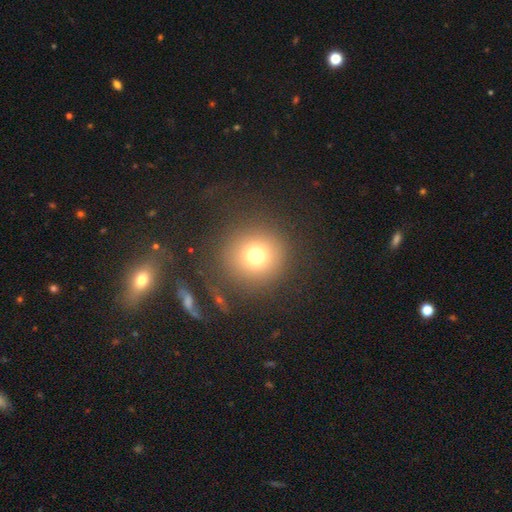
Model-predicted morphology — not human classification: smooth 73%, star or artifact 16%, featured or disk 11%. Down the decision tree: how rounded — round (95%); merging — none (83%).